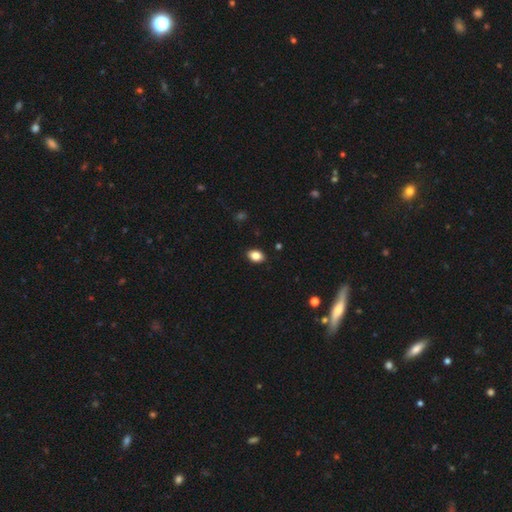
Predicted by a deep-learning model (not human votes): Morphology: type=smooth (85%); roundness=in between (78%); merging=none (89%).